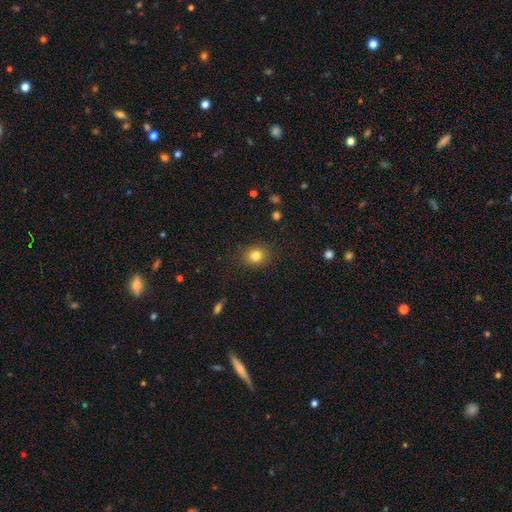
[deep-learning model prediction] Overall: smooth (82%). How rounded: round (73%). Merging: none (87%).